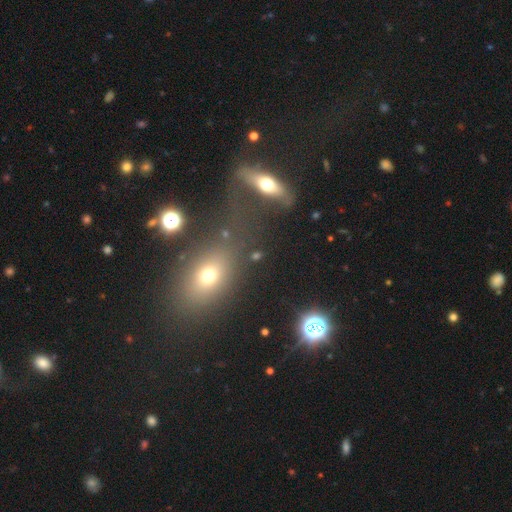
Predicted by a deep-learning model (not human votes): Smooth or featured?
  - smooth: 51% *
  - star or artifact: 27%
  - featured or disk: 22%
How rounded?
  - in between: 53% *
  - round: 36%
  - cigar-shaped: 11%
Merging?
  - none: 62% *
  - minor disturbance: 13%
  - merger: 13%
  - major disturbance: 11%